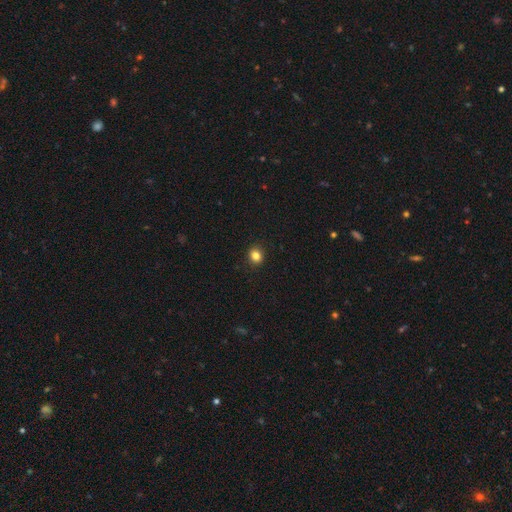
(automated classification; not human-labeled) Morphology: type=smooth (84%); roundness=round (76%); merging=none (91%).